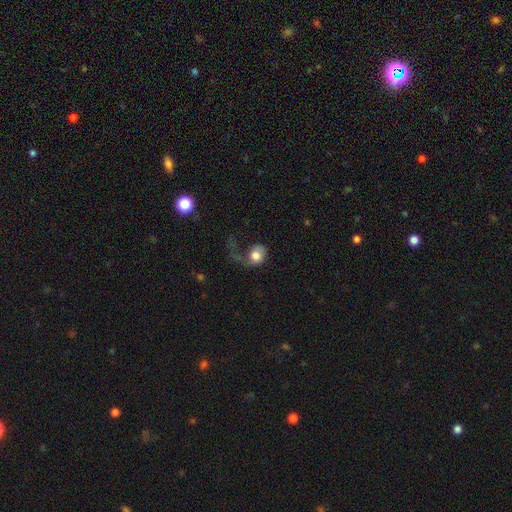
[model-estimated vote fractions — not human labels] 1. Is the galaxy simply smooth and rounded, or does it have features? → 66% smooth, 26% featured or disk, 8% star or artifact.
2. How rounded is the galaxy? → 65% round, 34% in between, 1% cigar-shaped.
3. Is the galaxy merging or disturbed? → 57% major disturbance, 23% none, 16% minor disturbance, 4% merger.